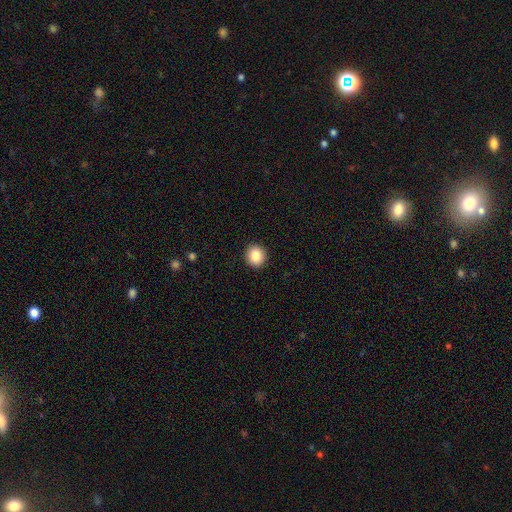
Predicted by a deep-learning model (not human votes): Smooth or featured? Predicted: smooth (p=0.85). How rounded? Predicted: round (p=0.86). Merging? Predicted: none (p=0.92).